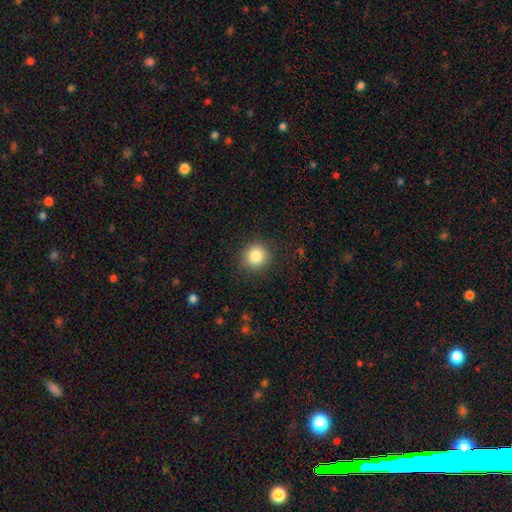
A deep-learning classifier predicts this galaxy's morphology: Smooth or featured? smooth (84%)
How rounded? round (91%)
Merging? none (89%)